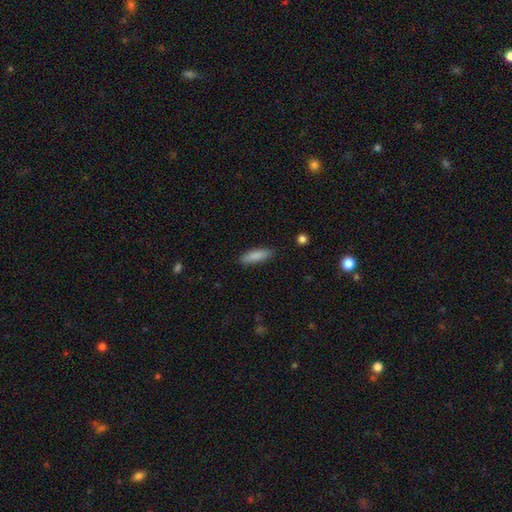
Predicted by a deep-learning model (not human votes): Smooth or featured?
  - smooth: 86% *
  - featured or disk: 8%
  - star or artifact: 6%
How rounded?
  - cigar-shaped: 50% *
  - in between: 48%
  - round: 2%
Merging?
  - none: 86% *
  - minor disturbance: 10%
  - major disturbance: 2%
  - merger: 1%